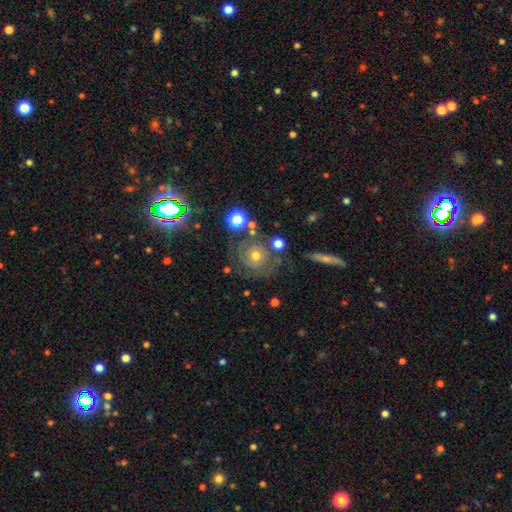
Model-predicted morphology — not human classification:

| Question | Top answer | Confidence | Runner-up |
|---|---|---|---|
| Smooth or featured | featured or disk | 54% | smooth (31%) |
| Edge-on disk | no | 95% | yes (5%) |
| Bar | no | 86% | weak (11%) |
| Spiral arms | yes | 72% | no (28%) |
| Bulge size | moderate | 62% | small (28%) |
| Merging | none | 65% | minor disturbance (17%) |